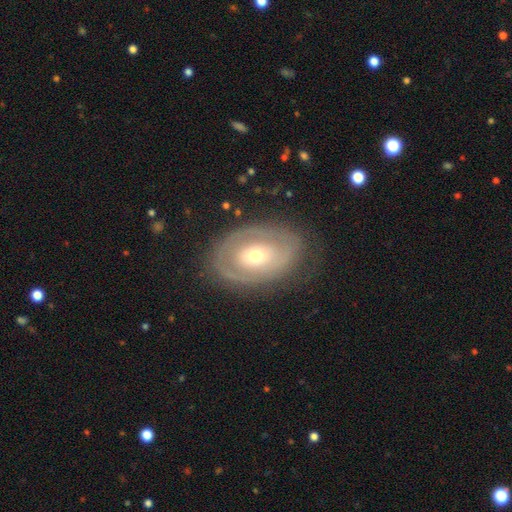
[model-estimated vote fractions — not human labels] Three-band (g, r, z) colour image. It shows a featured or disk galaxy (65%) with no bar (77%), no spiral arms (55%) and a moderate central bulge (54%). Merging: none (73%).